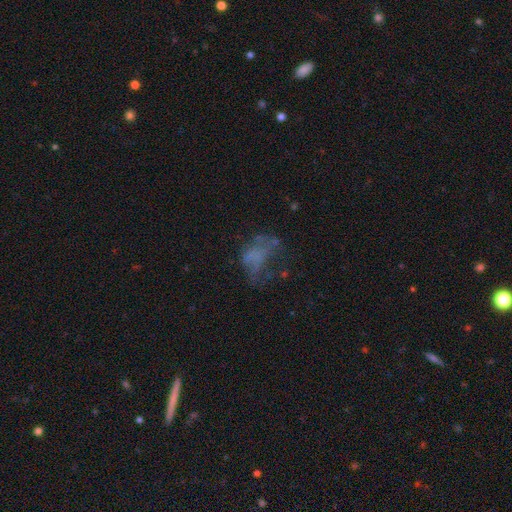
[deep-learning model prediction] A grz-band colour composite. It shows a featured or disk galaxy (44%). Merging: major disturbance (43%).